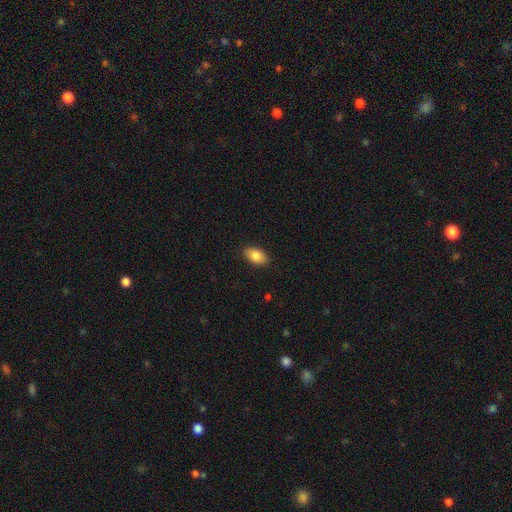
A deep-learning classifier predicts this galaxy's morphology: The model was most divided on "smooth or featured": smooth: 84%, featured or disk: 9%, star or artifact: 7%. More confident: how rounded — in between (92%); merging — none (89%).